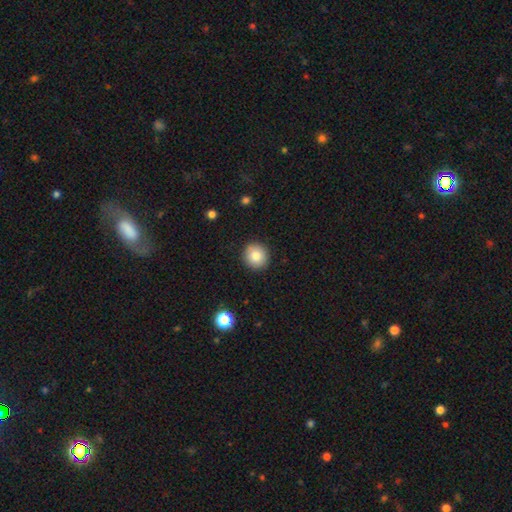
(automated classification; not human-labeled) smooth-or-featured: smooth: 83% | star or artifact: 9% | featured or disk: 8%
  how-rounded: round: 90% | in between: 9% | cigar-shaped: 1%
  merging: none: 91% | minor disturbance: 6% | major disturbance: 2% | merger: 1%